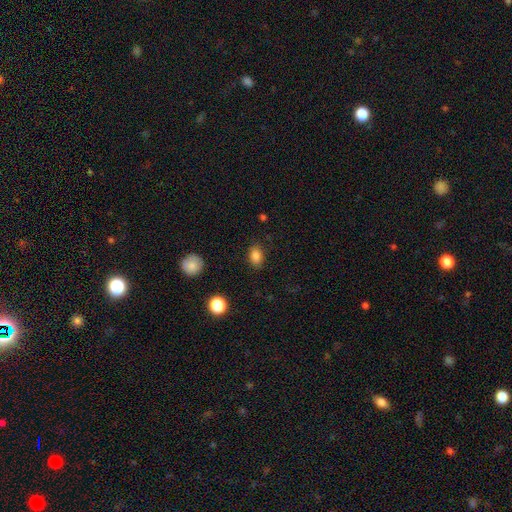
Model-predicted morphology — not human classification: Smooth or featured? Predicted: smooth (p=0.85). How rounded? Predicted: in between (p=0.75). Merging? Predicted: none (p=0.84).